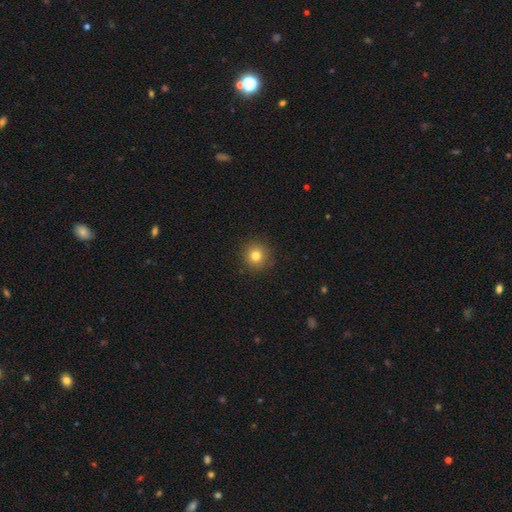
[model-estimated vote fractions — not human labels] smooth 81%, star or artifact 12%, featured or disk 7%. Down the decision tree: how rounded — round (94%); merging — none (91%).